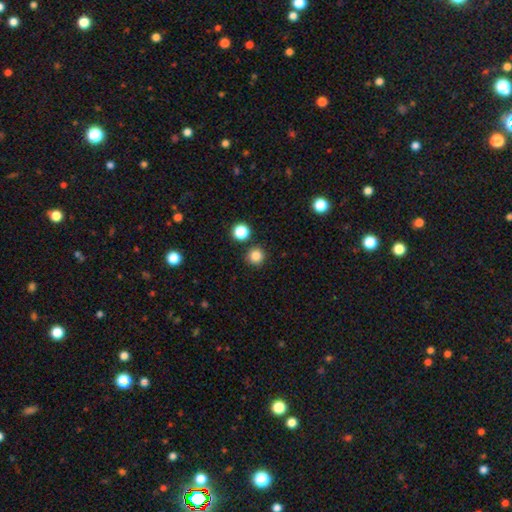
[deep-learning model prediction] smooth-or-featured: smooth: 84% | star or artifact: 12% | featured or disk: 4%
  how-rounded: round: 95% | in between: 4% | cigar-shaped: 1%
  merging: none: 88% | minor disturbance: 5% | merger: 4% | major disturbance: 2%